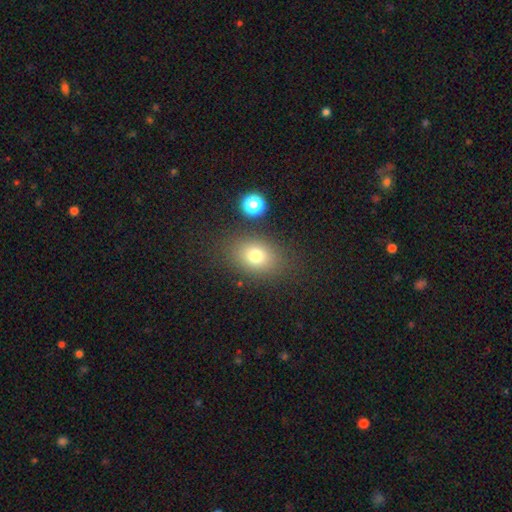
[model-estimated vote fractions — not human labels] The model was most divided on "how rounded": in between: 67%, round: 32%, cigar-shaped: 1%. More confident: merging — none (80%); smooth or featured — smooth (76%).